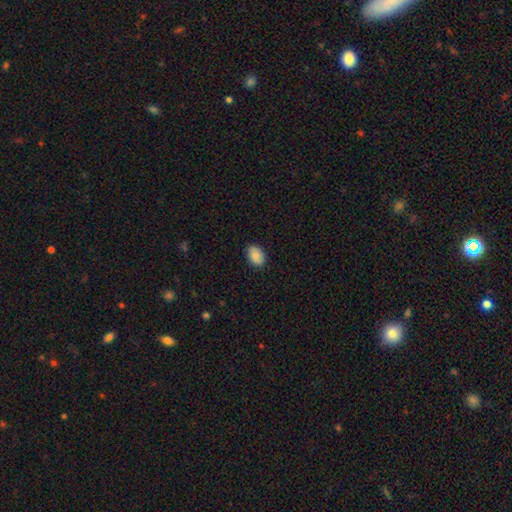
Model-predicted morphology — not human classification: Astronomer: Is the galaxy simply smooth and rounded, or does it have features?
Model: smooth — 87%.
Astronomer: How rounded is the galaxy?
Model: in between — 82%.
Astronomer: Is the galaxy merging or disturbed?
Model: none — 84%.